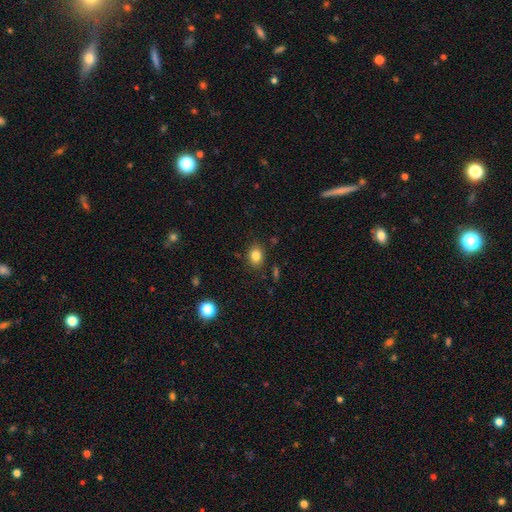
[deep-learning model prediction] Smooth or featured? Predicted: smooth (p=0.82). How rounded? Predicted: in between (p=0.52). Merging? Predicted: none (p=0.85).